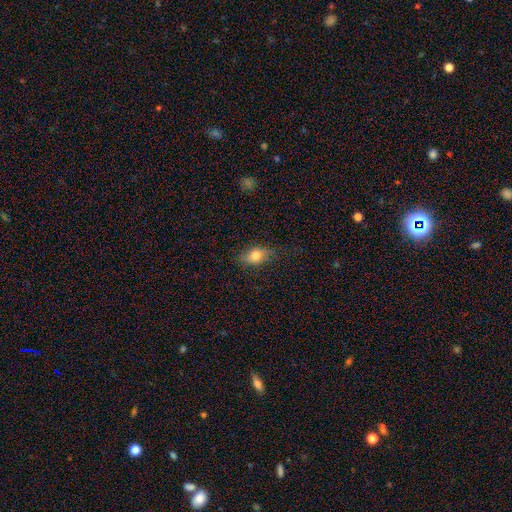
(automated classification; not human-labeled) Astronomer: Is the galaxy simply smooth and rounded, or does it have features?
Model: smooth — 77%.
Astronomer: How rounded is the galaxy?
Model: in between — 80%.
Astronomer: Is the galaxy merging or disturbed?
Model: none — 78%.